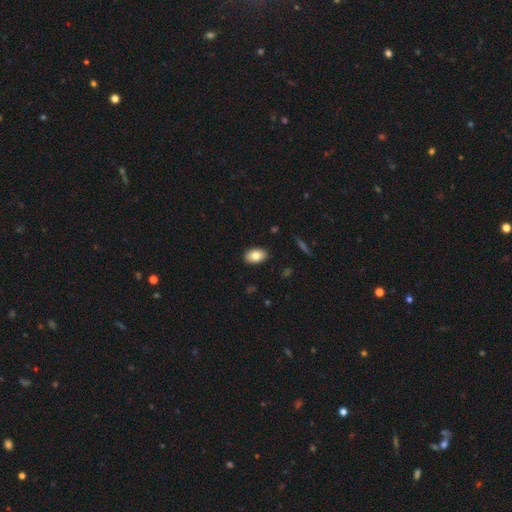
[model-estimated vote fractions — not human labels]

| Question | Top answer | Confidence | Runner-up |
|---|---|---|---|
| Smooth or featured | smooth | 80% | featured or disk (13%) |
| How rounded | in between | 91% | round (8%) |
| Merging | none | 89% | minor disturbance (8%) |